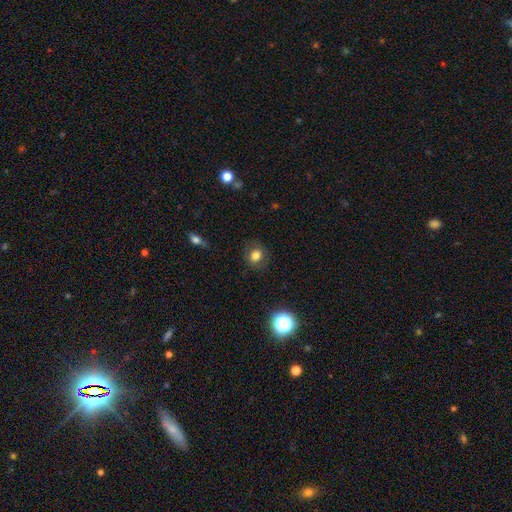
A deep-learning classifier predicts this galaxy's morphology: smooth-or-featured: smooth: 77% | star or artifact: 12% | featured or disk: 11%
  how-rounded: round: 73% | in between: 26% | cigar-shaped: 1%
  merging: none: 83% | minor disturbance: 12% | major disturbance: 4% | merger: 1%